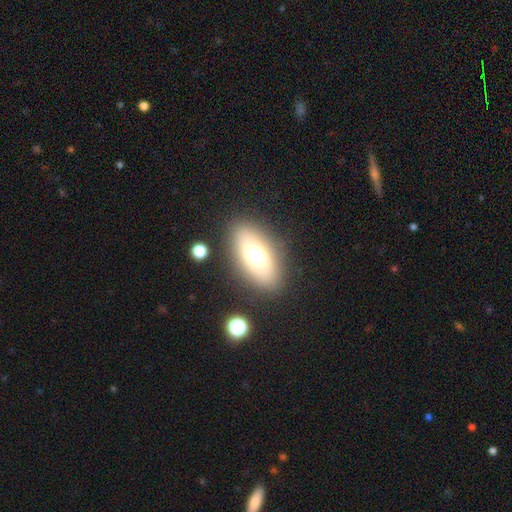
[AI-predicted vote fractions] This appears to be a smooth galaxy with no disk features (63%) that is in between round and cigar-shaped (82%). Merging: none (85%).